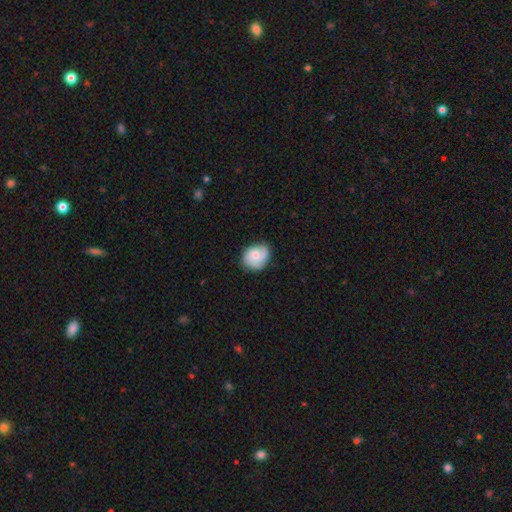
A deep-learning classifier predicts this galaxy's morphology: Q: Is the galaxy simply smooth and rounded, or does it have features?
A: smooth — 58%.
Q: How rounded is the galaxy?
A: round — 60%.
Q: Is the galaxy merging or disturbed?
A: none — 70%.